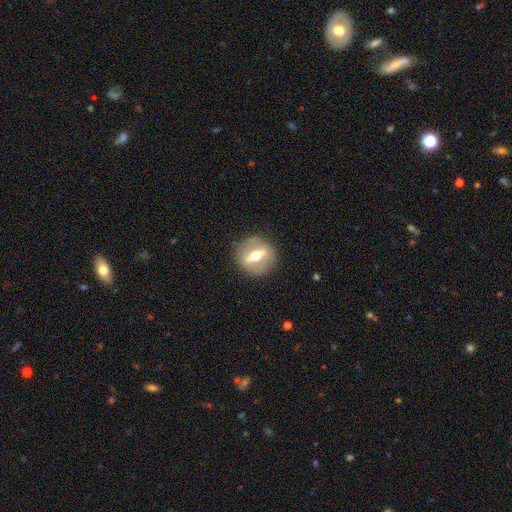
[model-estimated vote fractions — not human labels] Q: Smooth or featured?
A: featured or disk (69%); runner-up: smooth (24%)
Q: Edge-on disk?
A: no (59%); runner-up: yes (41%)
Q: Merging?
A: none (86%); runner-up: minor disturbance (9%)